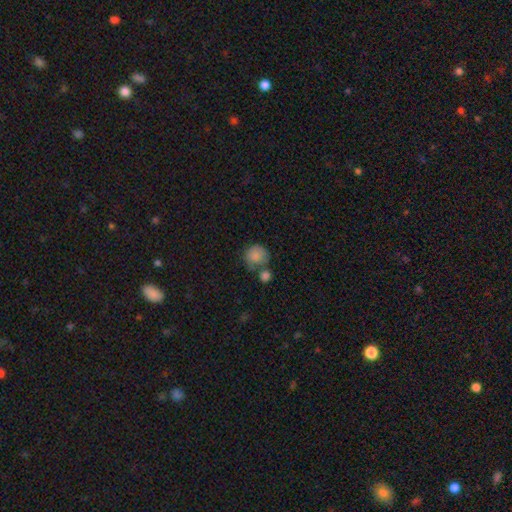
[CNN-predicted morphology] Smooth or featured? Predicted: smooth (p=0.84). How rounded? Predicted: round (p=0.85). Merging? Predicted: none (p=0.49).